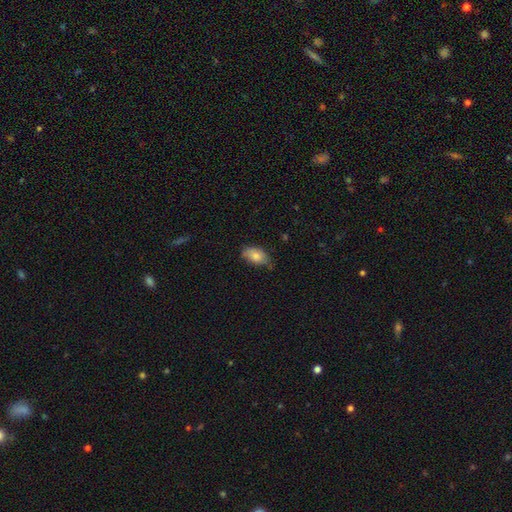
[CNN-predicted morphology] Q: Smooth or featured?
A: smooth (79%); runner-up: featured or disk (14%)
Q: How rounded?
A: in between (92%); runner-up: round (6%)
Q: Merging?
A: none (58%); runner-up: minor disturbance (35%)